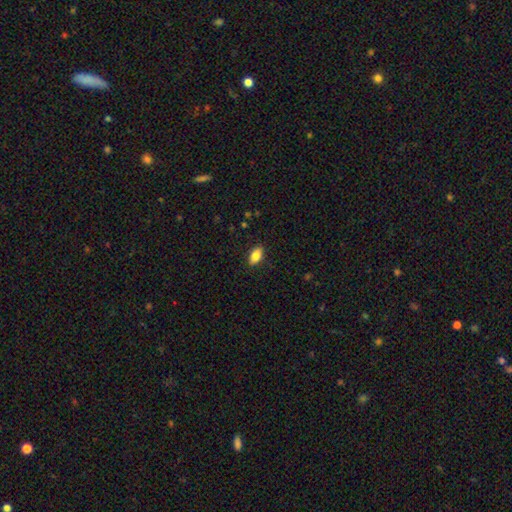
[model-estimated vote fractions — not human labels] The model was most divided on "smooth or featured": smooth: 85%, featured or disk: 8%, star or artifact: 8%. More confident: how rounded — in between (91%); merging — none (88%).